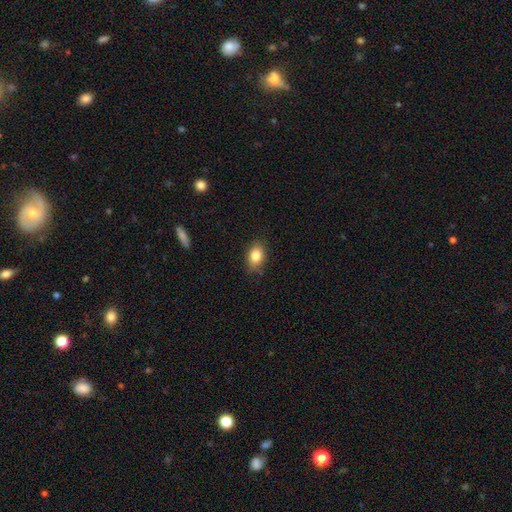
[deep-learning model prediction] smooth-or-featured: smooth: 84% | star or artifact: 8% | featured or disk: 7%
  how-rounded: in between: 78% | round: 21% | cigar-shaped: 2%
  merging: none: 83% | minor disturbance: 13% | major disturbance: 3% | merger: 1%